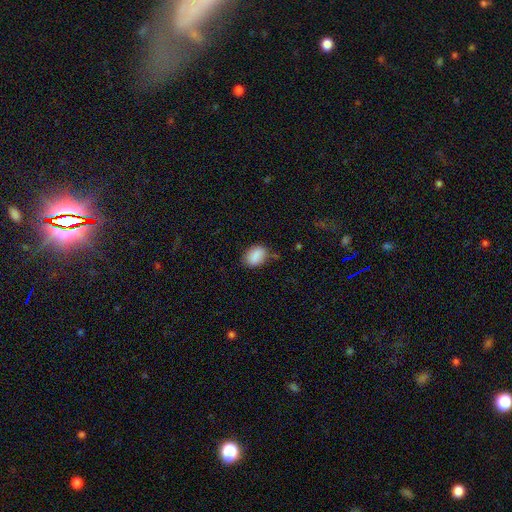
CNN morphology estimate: smooth_or_featured: smooth (p=0.87) [alt: star or artifact p=0.08]
how_rounded: in between (p=0.76) [alt: round p=0.22]
merging: none (p=0.69) [alt: minor disturbance p=0.23]